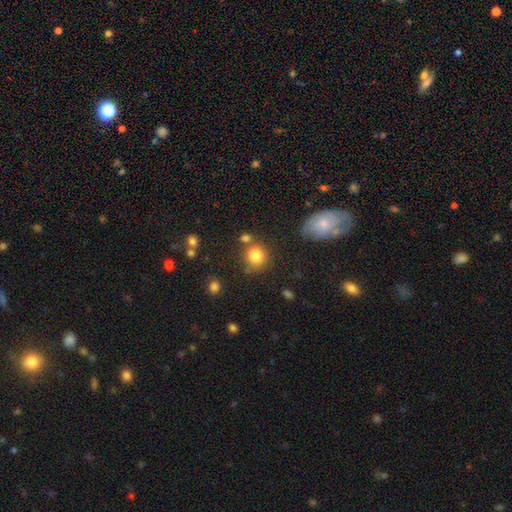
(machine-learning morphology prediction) type=smooth (83%); roundness=round (85%); merging=none (68%).